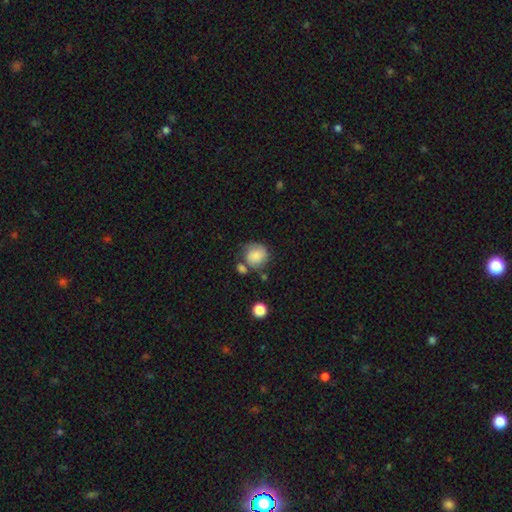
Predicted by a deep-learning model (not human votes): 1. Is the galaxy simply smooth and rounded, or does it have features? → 77% smooth, 15% featured or disk, 8% star or artifact.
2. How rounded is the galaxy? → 80% round, 19% in between, 1% cigar-shaped.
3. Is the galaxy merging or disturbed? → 52% none, 22% minor disturbance, 16% merger, 10% major disturbance.